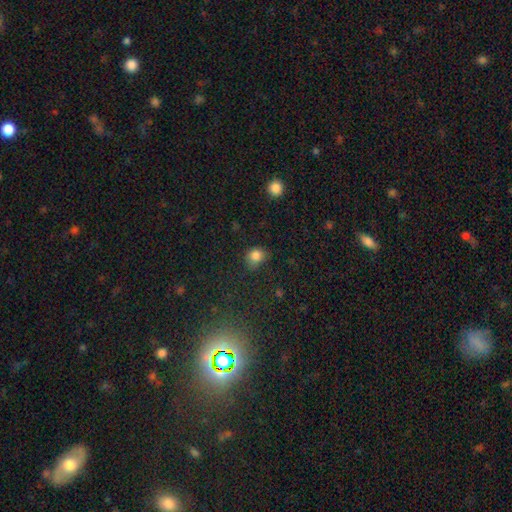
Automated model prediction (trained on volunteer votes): This appears to be a smooth galaxy with no disk features (83%) that is round (68%). Merging: none (66%).